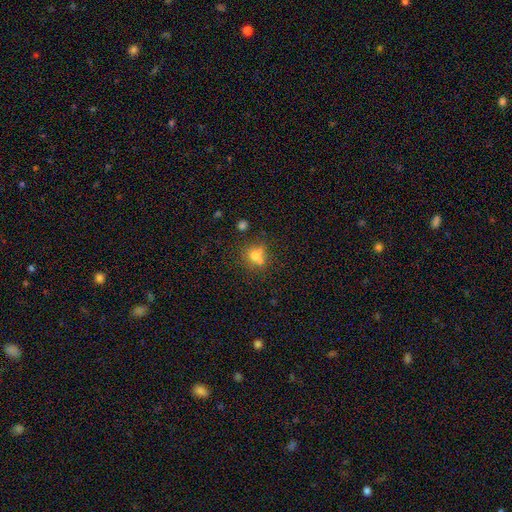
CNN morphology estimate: This is likely a smooth galaxy (69%). How rounded: likely round (80%). Merging: possibly none (52%).